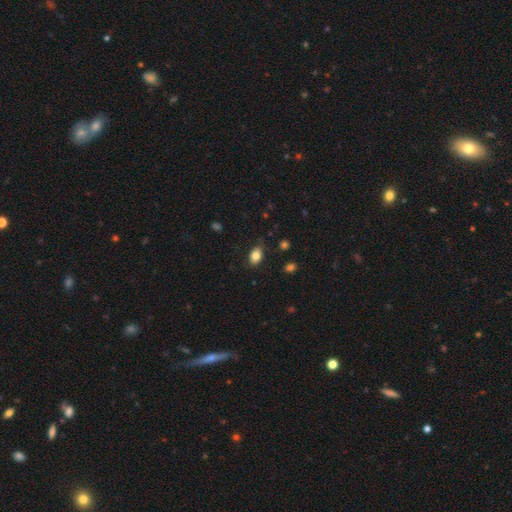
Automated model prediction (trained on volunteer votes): Q: Smooth or featured?
A: smooth (81%); runner-up: featured or disk (10%)
Q: How rounded?
A: in between (84%); runner-up: round (15%)
Q: Merging?
A: none (80%); runner-up: minor disturbance (15%)